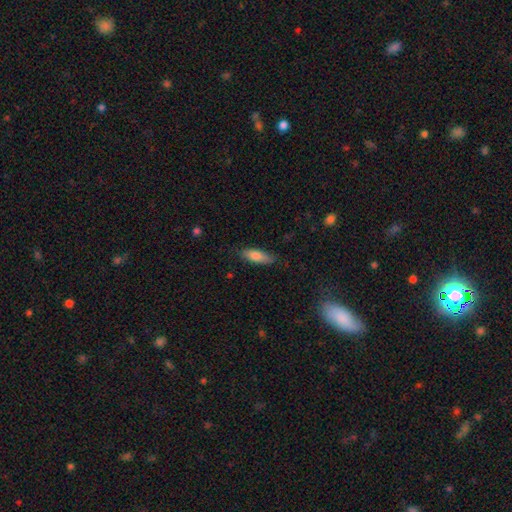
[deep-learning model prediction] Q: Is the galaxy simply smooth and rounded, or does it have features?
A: smooth — 78%.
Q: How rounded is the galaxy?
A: in between — 56%.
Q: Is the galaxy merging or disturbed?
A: none — 82%.